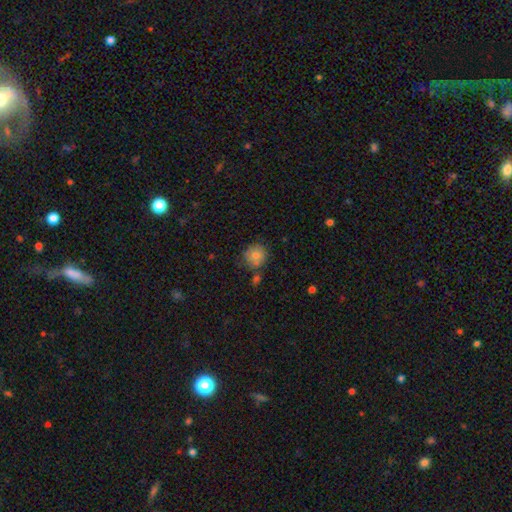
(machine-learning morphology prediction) This appears to be a smooth galaxy with no disk features (78%) that is round (90%). Merging: none (72%).